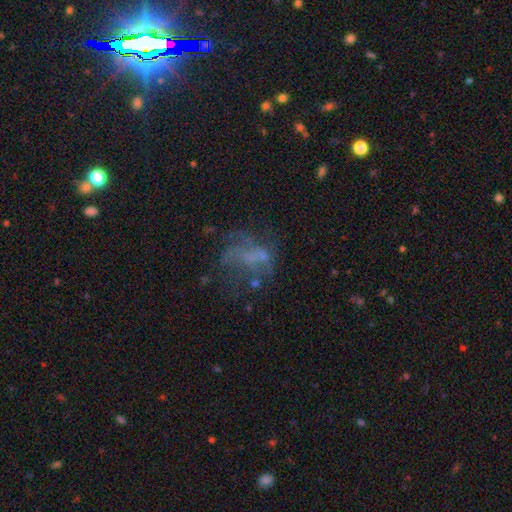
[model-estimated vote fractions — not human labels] Morphology: type=featured or disk (47%); merging=none (42%).